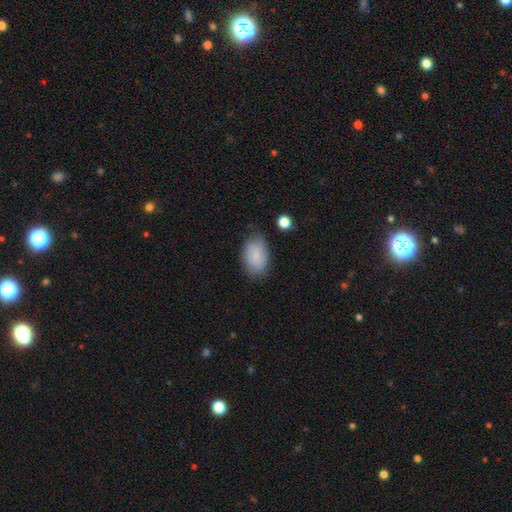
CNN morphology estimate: type=smooth (79%); roundness=in between (90%); merging=none (72%).